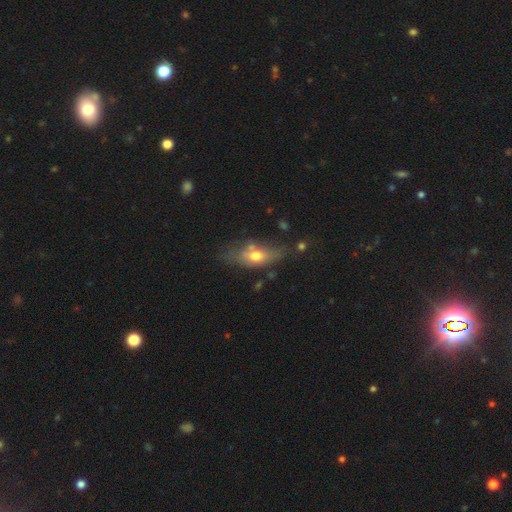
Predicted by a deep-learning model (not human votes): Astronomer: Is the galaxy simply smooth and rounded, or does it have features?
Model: smooth — 60%.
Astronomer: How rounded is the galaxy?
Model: in between — 76%.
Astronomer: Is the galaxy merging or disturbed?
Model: none — 51%.